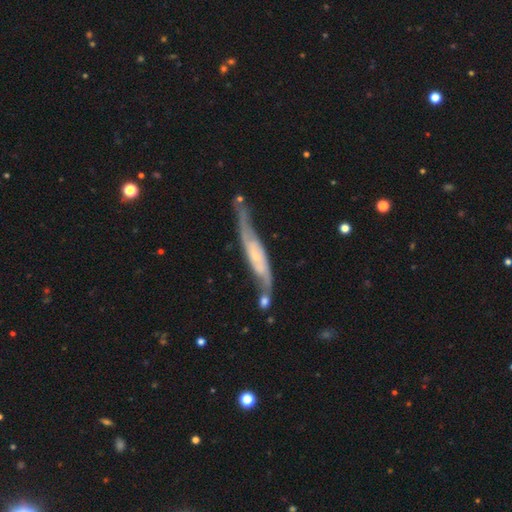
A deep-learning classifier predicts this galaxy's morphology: smooth_or_featured: featured or disk (p=0.78) [alt: smooth p=0.16]
disk_edge_on: no (p=0.54) [alt: yes p=0.46]
merging: none (p=0.52) [alt: minor disturbance p=0.25]